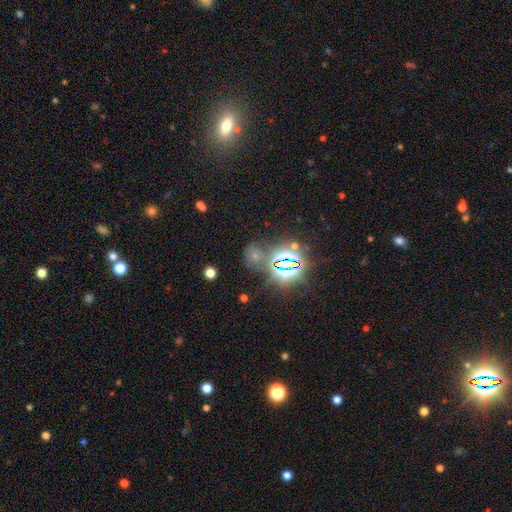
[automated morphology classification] type=star or artifact (53%).